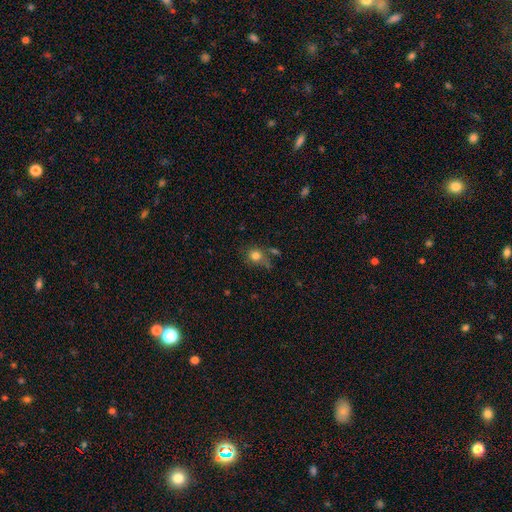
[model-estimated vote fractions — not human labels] A smooth galaxy with no disk features (78%) that is round (76%).

Vote fractions:
- Smooth or featured? smooth: 78% / star or artifact: 12% / featured or disk: 10%
- How rounded? round: 76% / in between: 23% / cigar-shaped: 1%
- Merging? none: 57% / minor disturbance: 21% / merger: 12% / major disturbance: 10%